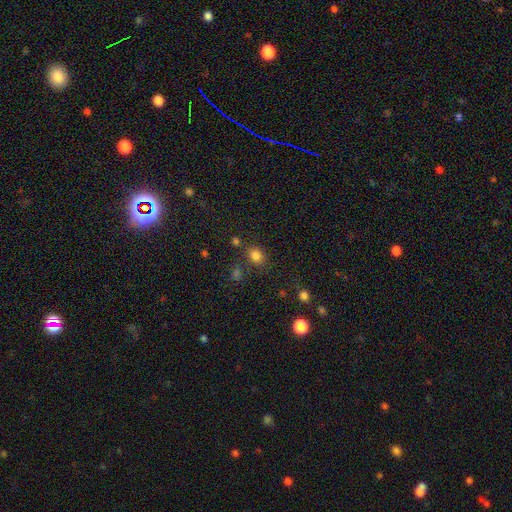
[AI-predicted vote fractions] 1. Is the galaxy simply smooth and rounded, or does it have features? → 80% smooth, 15% star or artifact, 5% featured or disk.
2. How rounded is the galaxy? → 51% round, 47% in between, 1% cigar-shaped.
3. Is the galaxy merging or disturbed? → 75% none, 13% minor disturbance, 8% merger, 5% major disturbance.